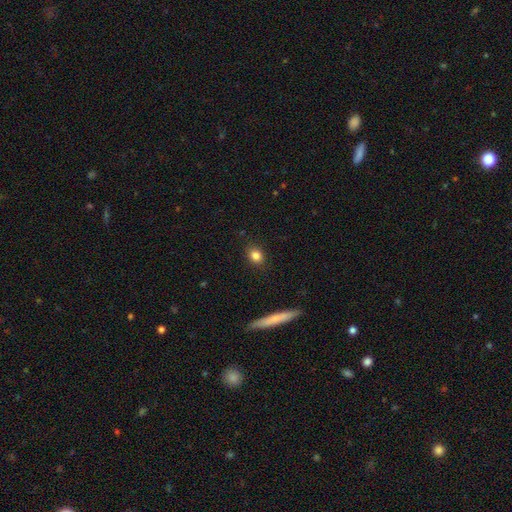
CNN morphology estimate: A smooth galaxy with no disk features (83%) that is round (50%). Merging: none (88%).